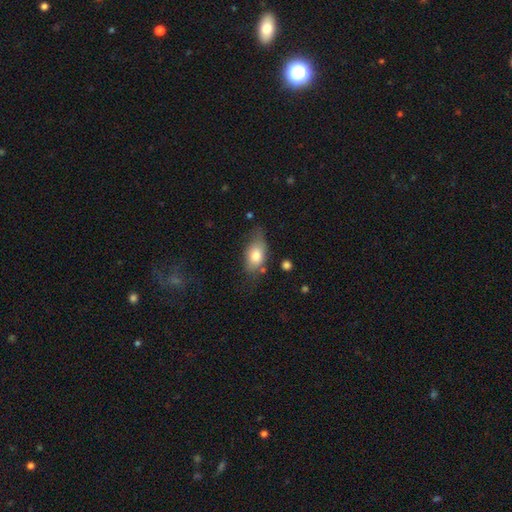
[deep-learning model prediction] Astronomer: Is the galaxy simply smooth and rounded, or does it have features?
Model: smooth — 76%.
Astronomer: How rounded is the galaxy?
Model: in between — 86%.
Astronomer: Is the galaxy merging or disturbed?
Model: none — 52% (runner-up: minor disturbance, 32%).